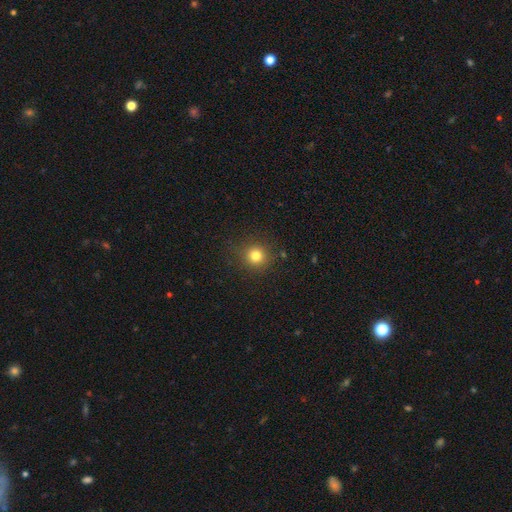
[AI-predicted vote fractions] Overall: smooth (80%). How rounded: round (92%). Merging: none (88%).